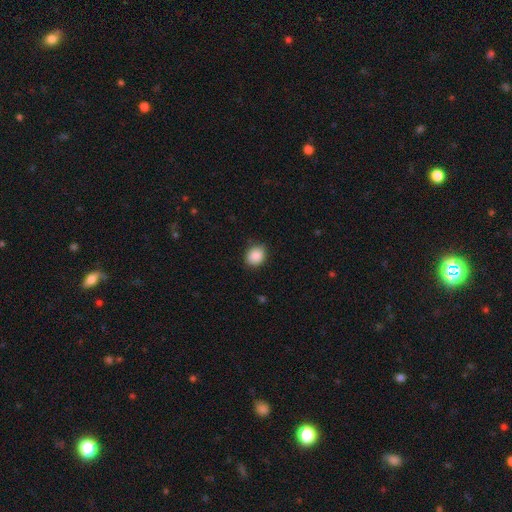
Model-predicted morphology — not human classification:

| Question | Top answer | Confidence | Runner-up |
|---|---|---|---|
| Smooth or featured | smooth | 88% | star or artifact (8%) |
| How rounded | round | 58% | in between (41%) |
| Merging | none | 81% | minor disturbance (15%) |